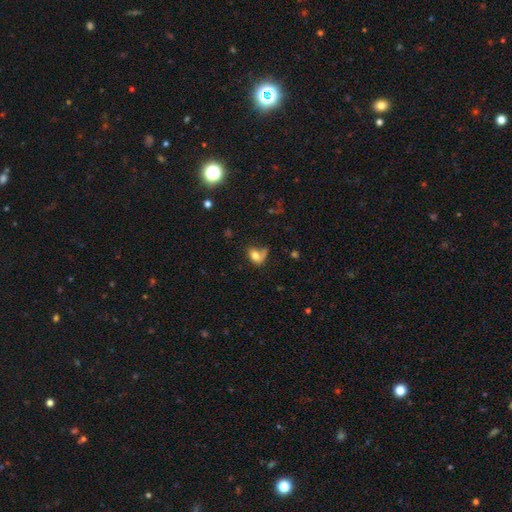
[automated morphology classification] Smooth or featured? Predicted: smooth (p=0.71). How rounded? Predicted: in between (p=0.75). Merging? Predicted: none (p=0.37).